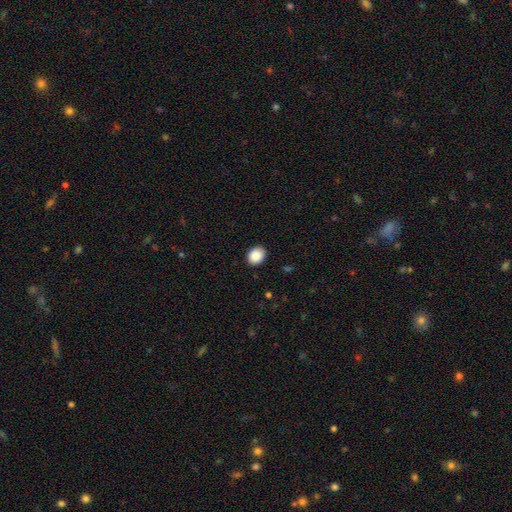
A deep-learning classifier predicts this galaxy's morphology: Smooth or featured?
  - smooth: 90% *
  - star or artifact: 8%
  - featured or disk: 2%
How rounded?
  - in between: 53% *
  - round: 46%
  - cigar-shaped: 1%
Merging?
  - none: 90% *
  - minor disturbance: 7%
  - major disturbance: 2%
  - merger: 1%